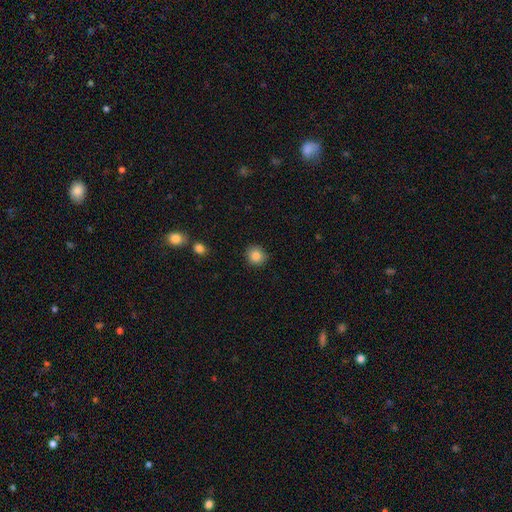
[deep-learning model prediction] smooth_or_featured: smooth (p=0.85) [alt: star or artifact p=0.10]
how_rounded: round (p=0.88) [alt: in between p=0.11]
merging: none (p=0.86) [alt: minor disturbance p=0.10]